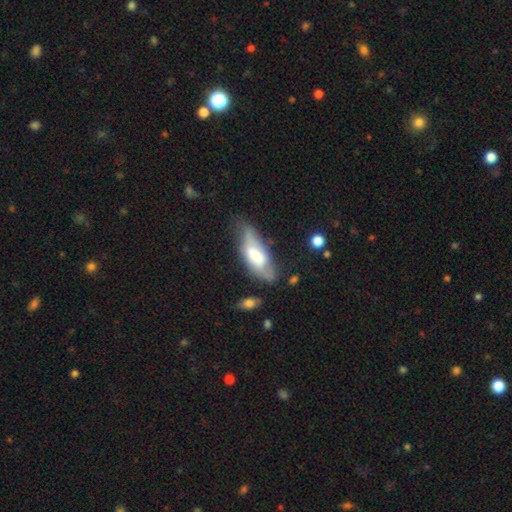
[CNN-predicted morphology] Smooth or featured?
  - featured or disk: 48% *
  - smooth: 46%
  - star or artifact: 6%
Merging?
  - none: 44% *
  - minor disturbance: 33%
  - major disturbance: 18%
  - merger: 5%